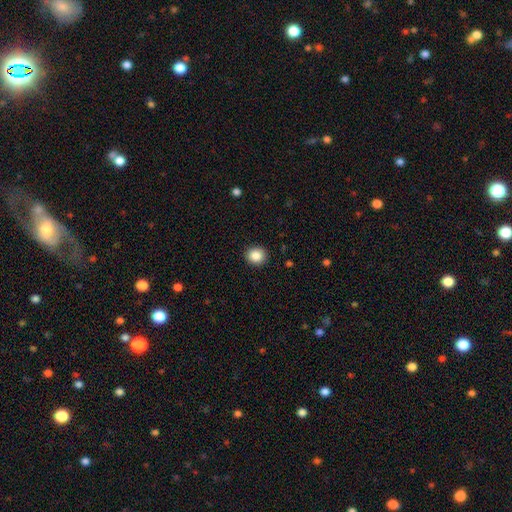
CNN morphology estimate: This is clearly a smooth galaxy (87%). How rounded: clearly round (86%). Merging: clearly none (92%).